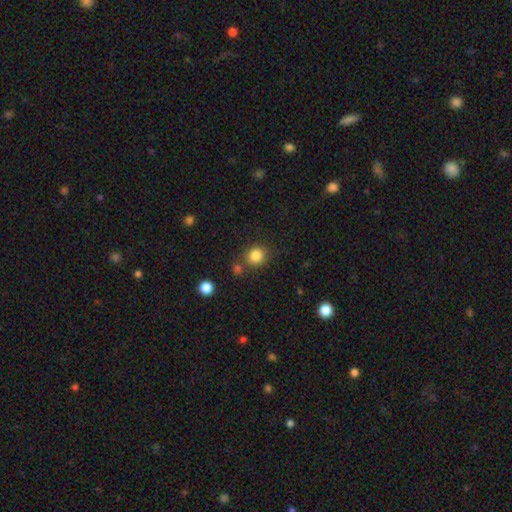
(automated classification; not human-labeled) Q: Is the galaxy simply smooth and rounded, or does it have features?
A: smooth — 84%.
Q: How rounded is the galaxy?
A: round — 85%.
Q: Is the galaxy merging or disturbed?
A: none — 76%.